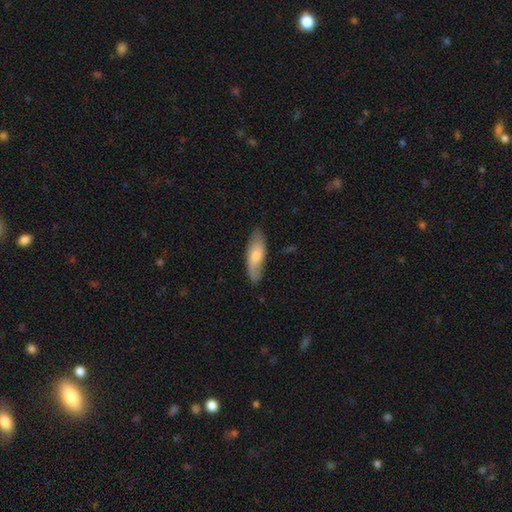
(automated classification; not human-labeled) Smooth or featured: smooth — 68% (featured or disk — 27%)
How rounded: in between — 61% (cigar-shaped — 37%)
Merging: none — 80% (minor disturbance — 16%)